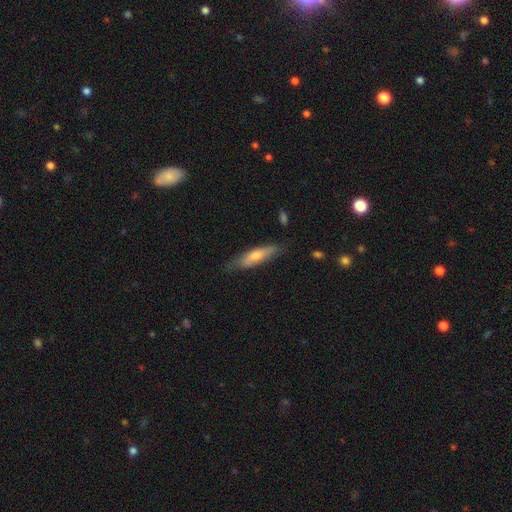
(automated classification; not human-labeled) A smooth galaxy with no disk features (48%). Merging: none (78%).